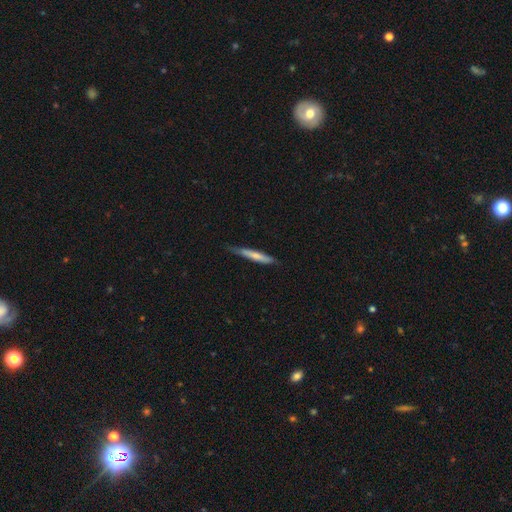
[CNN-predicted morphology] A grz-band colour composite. It shows a smooth galaxy with no disk features (64%) that is cigar-shaped (93%). Merging: none (73%).